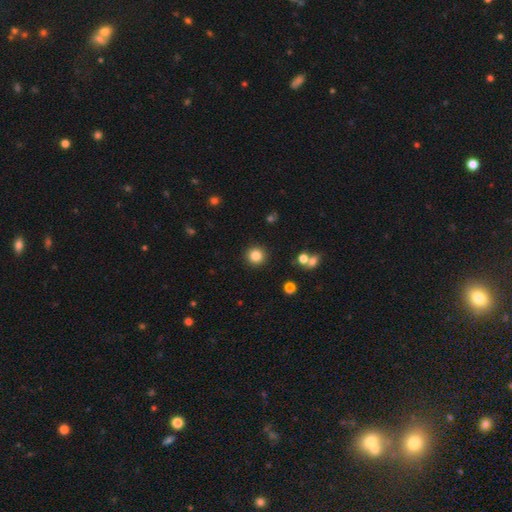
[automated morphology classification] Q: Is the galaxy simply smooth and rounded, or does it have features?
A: smooth — 83%.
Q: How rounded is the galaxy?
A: round — 94%.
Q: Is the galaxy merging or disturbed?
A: none — 91%.